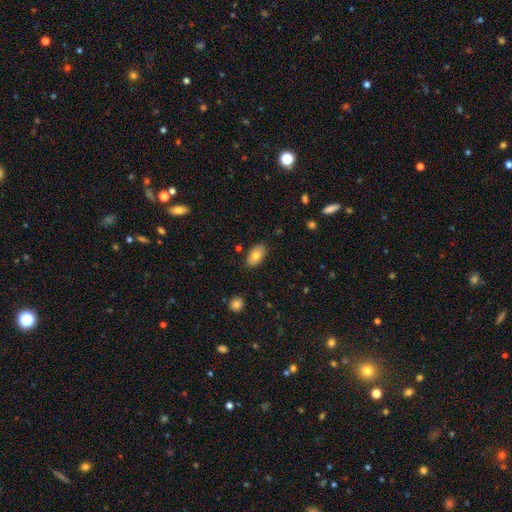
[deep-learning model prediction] Overall: smooth (77%). How rounded: in between (93%). Merging: none (84%).